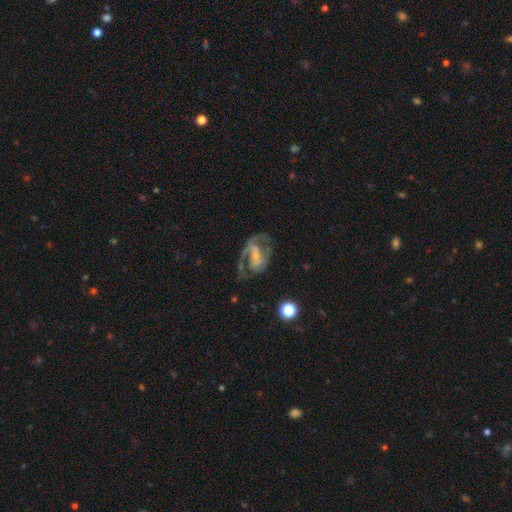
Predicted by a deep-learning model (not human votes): Q: Smooth or featured?
A: featured or disk (82%); runner-up: smooth (12%)
Q: Edge-on disk?
A: no (97%); runner-up: yes (3%)
Q: Bar?
A: no (42%); runner-up: weak (39%)
Q: Spiral arms?
A: yes (88%); runner-up: no (12%)
Q: Spiral winding?
A: medium (52%); runner-up: loose (25%)
Q: Spiral arm count?
A: 2 (74%); runner-up: 1 (11%)
Q: Bulge size?
A: small (64%); runner-up: moderate (25%)
Q: Merging?
A: none (49%); runner-up: major disturbance (29%)